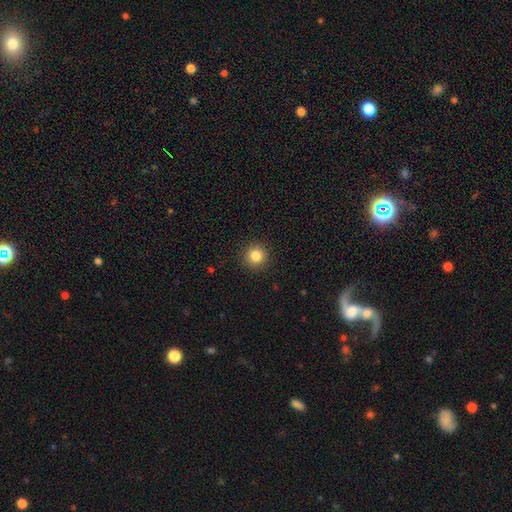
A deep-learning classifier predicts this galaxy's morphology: smooth-or-featured: smooth: 84% | star or artifact: 11% | featured or disk: 5%
  how-rounded: round: 95% | in between: 4% | cigar-shaped: 1%
  merging: none: 92% | minor disturbance: 5% | major disturbance: 2% | merger: 1%